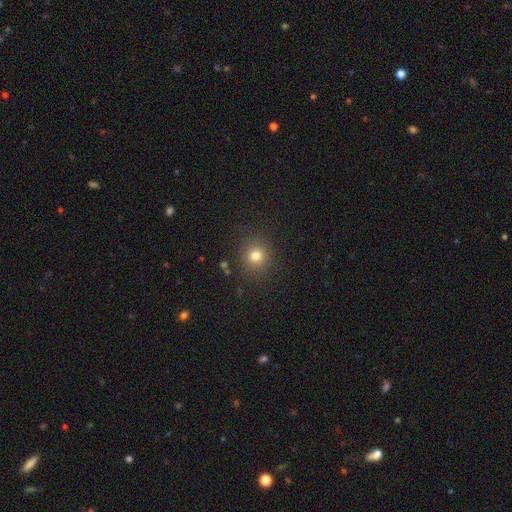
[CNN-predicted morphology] The model was most divided on "smooth or featured": smooth: 77%, star or artifact: 15%, featured or disk: 7%. More confident: how rounded — round (89%); merging — none (88%).